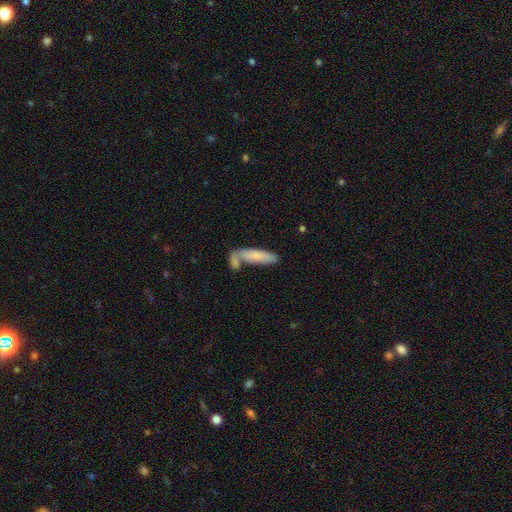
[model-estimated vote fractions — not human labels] This appears to be a smooth galaxy with no disk features (72%) that is cigar-shaped (63%). Merging: none (44%).